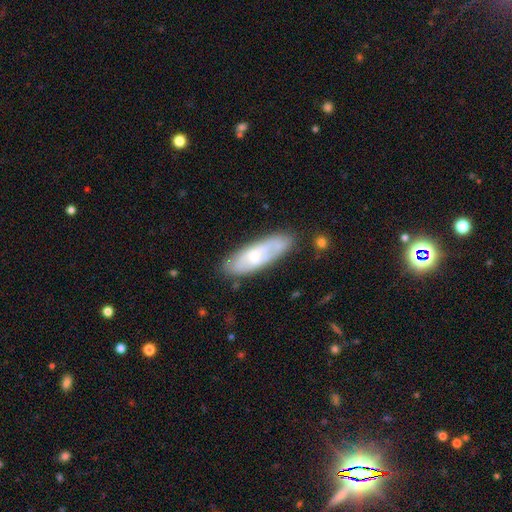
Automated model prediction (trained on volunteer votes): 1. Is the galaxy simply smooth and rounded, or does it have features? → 51% featured or disk, 43% smooth, 6% star or artifact.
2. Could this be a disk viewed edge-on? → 73% no, 27% yes.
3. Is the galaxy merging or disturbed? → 73% none, 19% minor disturbance, 5% major disturbance, 3% merger.